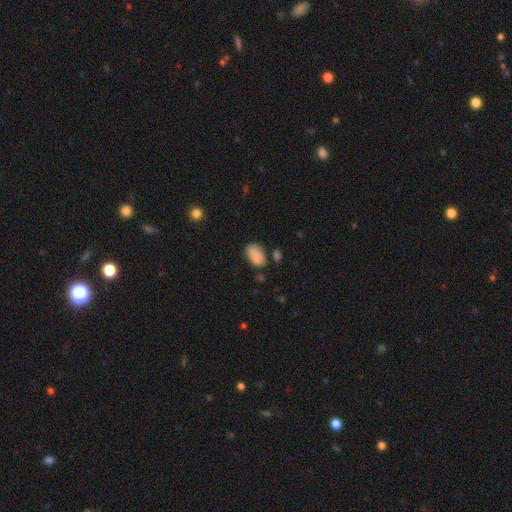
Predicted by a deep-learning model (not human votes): Smooth or featured? Predicted: smooth (p=0.84). How rounded? Predicted: in between (p=0.92). Merging? Predicted: none (p=0.63).